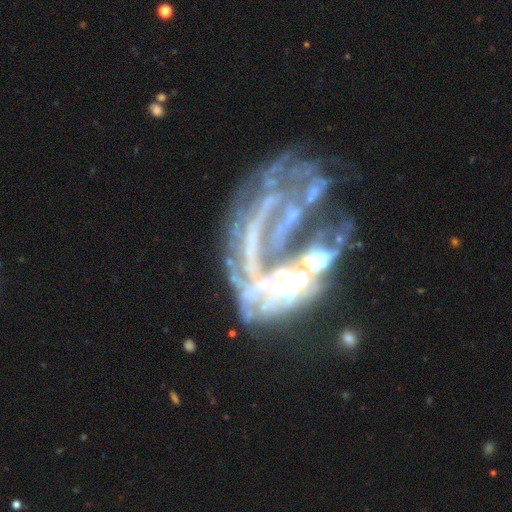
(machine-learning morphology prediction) The model was most divided on "merging": major disturbance: 41%, merger: 27%, none: 21%, minor disturbance: 11%. More confident: edge-on disk — no (96%); smooth or featured — featured or disk (68%); bar — no (66%); spiral arms — no (60%); bulge size — none (55%).